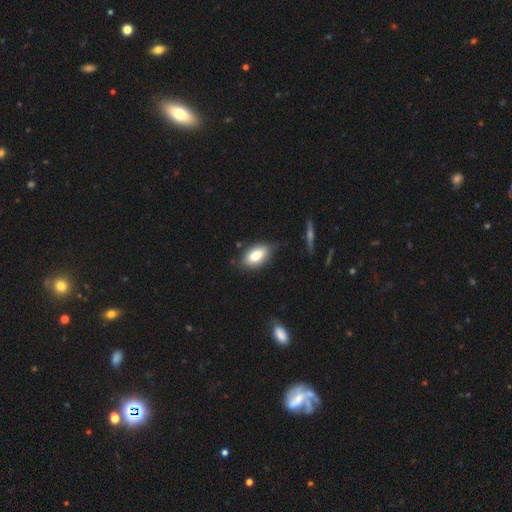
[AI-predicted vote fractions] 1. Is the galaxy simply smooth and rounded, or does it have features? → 79% smooth, 14% featured or disk, 8% star or artifact.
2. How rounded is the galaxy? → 91% in between, 6% round, 3% cigar-shaped.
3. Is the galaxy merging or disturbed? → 75% none, 18% minor disturbance, 4% major disturbance, 3% merger.